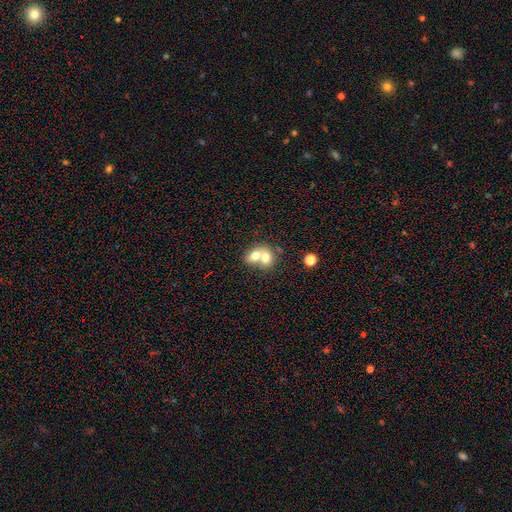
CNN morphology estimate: This is likely a smooth galaxy (68%). How rounded: possibly round (50%). Merging: likely merger (74%).